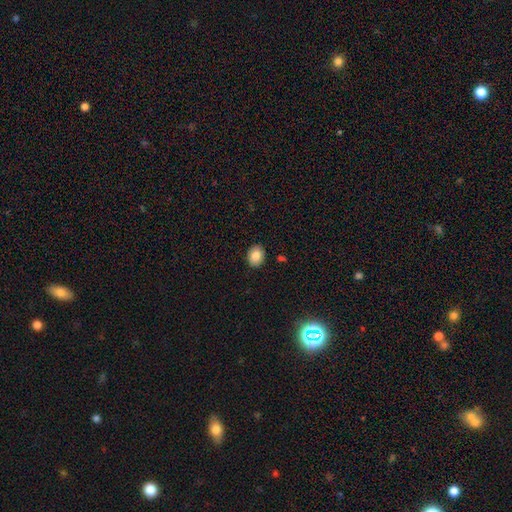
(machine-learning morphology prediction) This is clearly a smooth galaxy (84%). How rounded: possibly in between (54%). Merging: clearly none (89%).